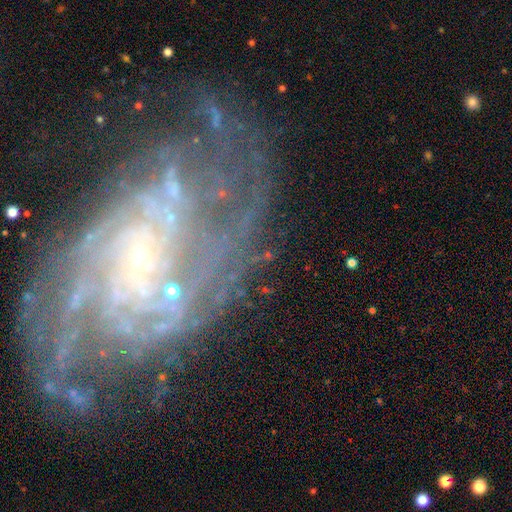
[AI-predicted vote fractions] Smooth or featured? Predicted: featured or disk (p=0.86). Edge-on disk? Predicted: no (p=0.96). Bar? Predicted: no (p=0.60). Spiral arms? Predicted: yes (p=0.96). Spiral winding? Predicted: tight (p=0.61). Spiral arm count? Predicted: can't tell (p=0.29). Bulge size? Predicted: small (p=0.82). Merging? Predicted: none (p=0.68).